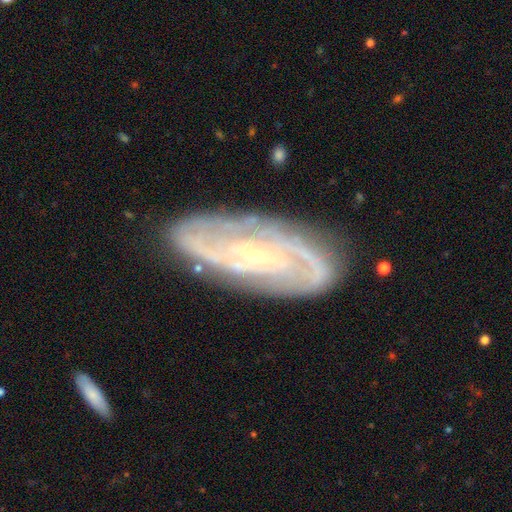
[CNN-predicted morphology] type=featured or disk (87%); edge-on=no (93%); bar=no (55%); spiral arms=yes (95%); winding=tight (53%); arm count=2 (46%); bulge=small (84%); merging=none (81%).